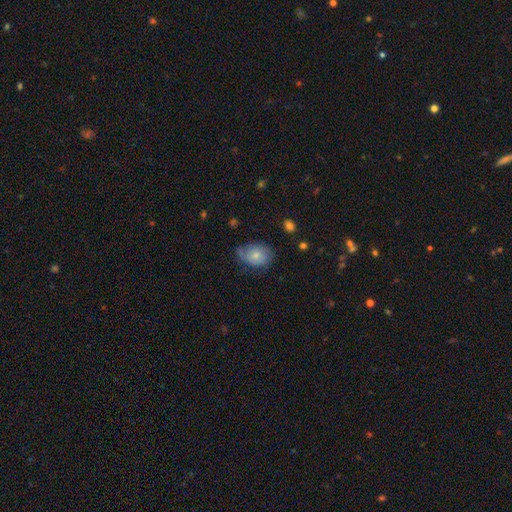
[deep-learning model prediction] The model was most divided on "merging": none: 53%, minor disturbance: 34%, major disturbance: 11%, merger: 2%. More confident: how rounded — in between (74%); smooth or featured — smooth (65%).